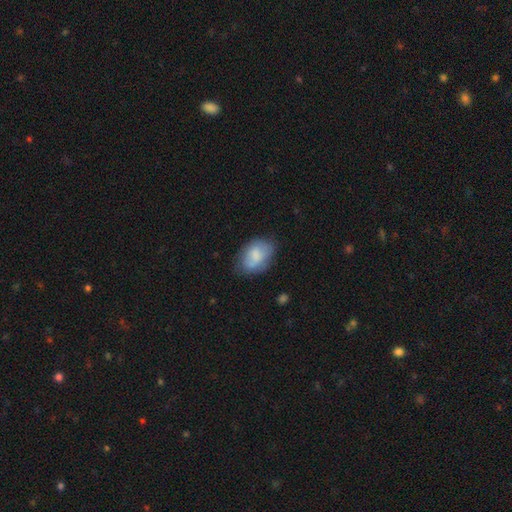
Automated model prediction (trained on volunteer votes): This appears to be a smooth galaxy with no disk features (72%) that is in between round and cigar-shaped (85%). Merging: none (61%).